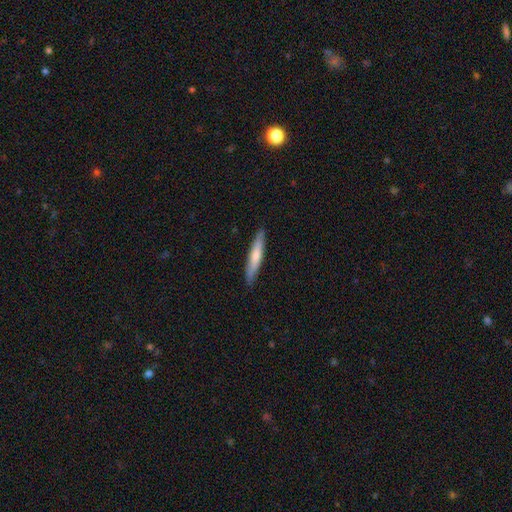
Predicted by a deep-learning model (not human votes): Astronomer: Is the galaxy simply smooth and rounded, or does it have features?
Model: smooth — 64%.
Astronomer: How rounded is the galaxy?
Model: cigar-shaped — 91%.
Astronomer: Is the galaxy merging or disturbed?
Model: none — 88%.